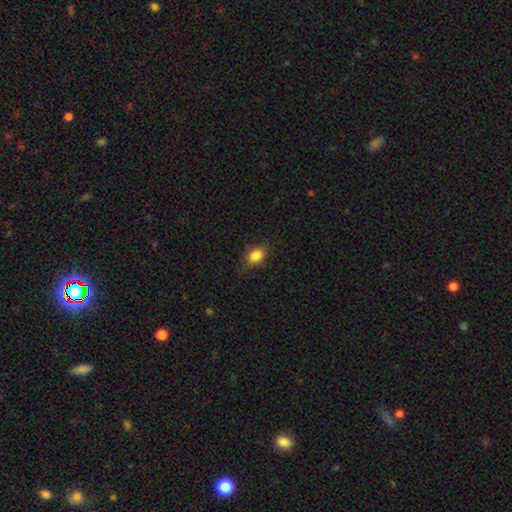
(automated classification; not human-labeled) A smooth galaxy with no disk features (86%) that is in between round and cigar-shaped (73%). Merging: none (79%).